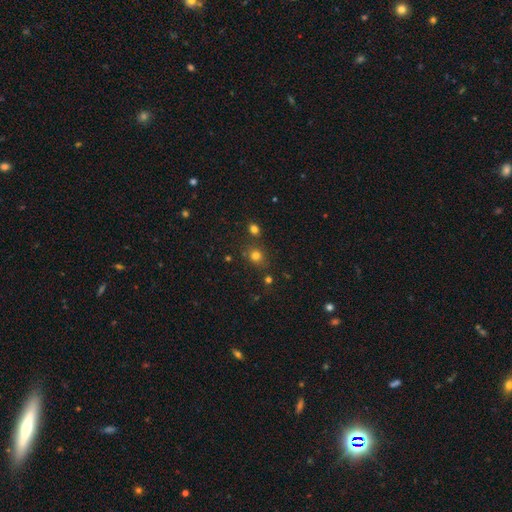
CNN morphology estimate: smooth_or_featured: smooth (p=0.75) [alt: star or artifact p=0.18]
how_rounded: round (p=0.76) [alt: in between p=0.23]
merging: none (p=0.72) [alt: minor disturbance p=0.12]